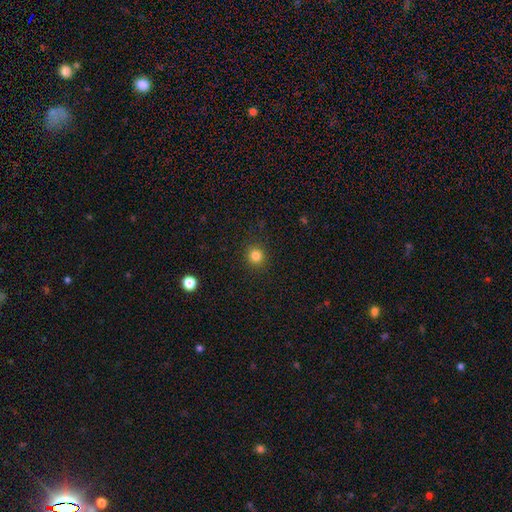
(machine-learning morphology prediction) A smooth galaxy with no disk features (83%) that is round (91%).

Vote fractions:
- Smooth or featured? smooth: 83% / star or artifact: 13% / featured or disk: 4%
- How rounded? round: 91% / in between: 8% / cigar-shaped: 1%
- Merging? none: 91% / minor disturbance: 6% / major disturbance: 2% / merger: 1%